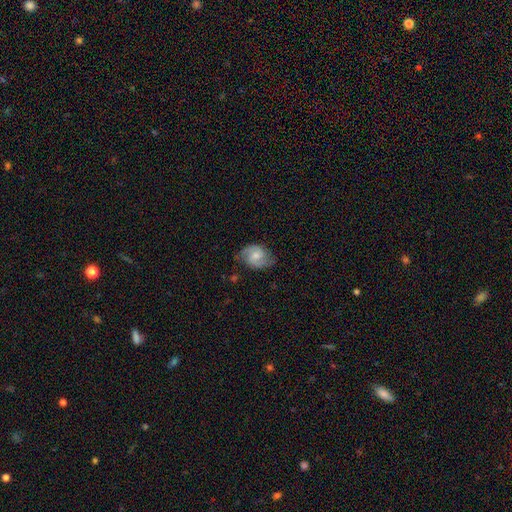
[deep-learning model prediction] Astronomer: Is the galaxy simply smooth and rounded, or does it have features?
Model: featured or disk — 74%.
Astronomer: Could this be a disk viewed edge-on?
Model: no — 98%.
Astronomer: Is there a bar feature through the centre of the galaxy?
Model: weak — 49% (runner-up: no, 43%).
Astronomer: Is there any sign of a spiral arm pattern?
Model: yes — 95%.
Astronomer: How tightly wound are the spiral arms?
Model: medium — 53%.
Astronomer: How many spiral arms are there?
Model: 2 — 90%.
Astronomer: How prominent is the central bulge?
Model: moderate — 48% (runner-up: small, 38%).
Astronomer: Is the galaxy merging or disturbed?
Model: none — 75%.